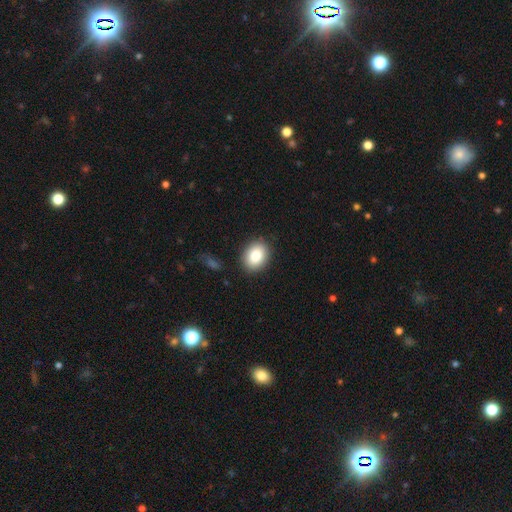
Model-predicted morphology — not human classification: smooth 85%, star or artifact 8%, featured or disk 8%. Down the decision tree: how rounded — in between (59%); merging — none (87%).